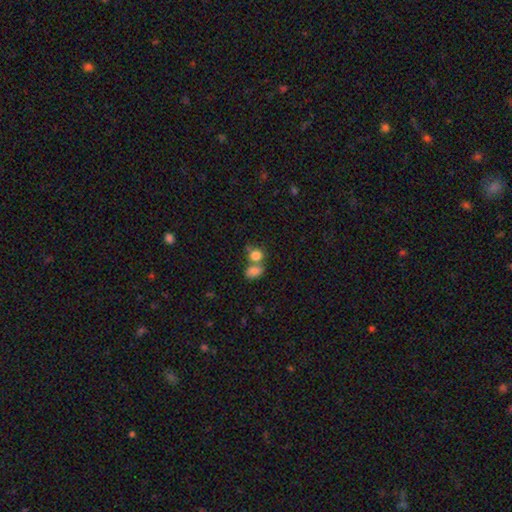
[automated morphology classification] This appears to be a smooth galaxy with no disk features (82%) that is round (56%). Merging: merger (53%).